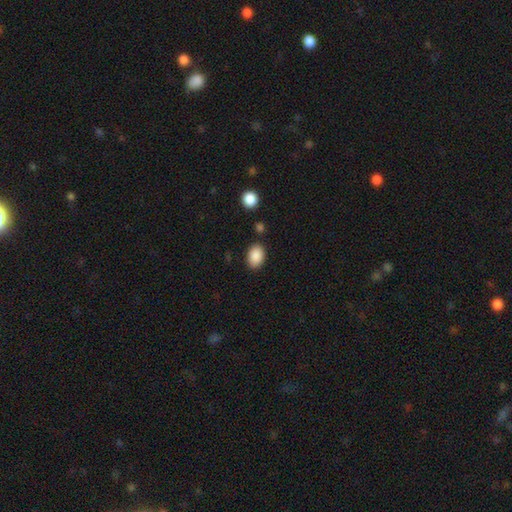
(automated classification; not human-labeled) The model was most divided on "how rounded": in between: 83%, round: 16%, cigar-shaped: 1%. More confident: smooth or featured — smooth (89%); merging — none (84%).